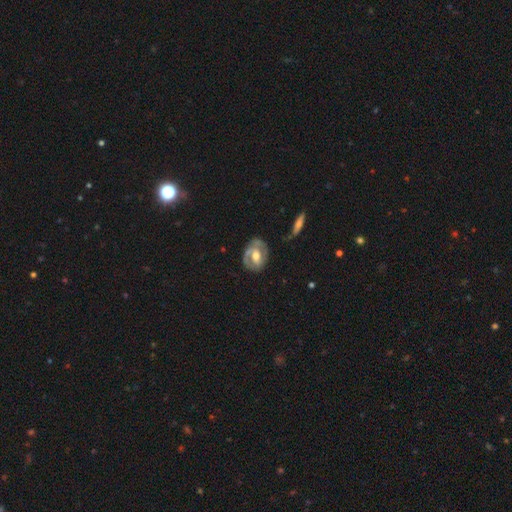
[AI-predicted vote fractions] Morphology: type=featured or disk (74%); edge-on=no (96%); bar=weak (41%); spiral arms=yes (75%); winding=tight (49%); arm count=2 (70%); bulge=moderate (69%); merging=none (69%).